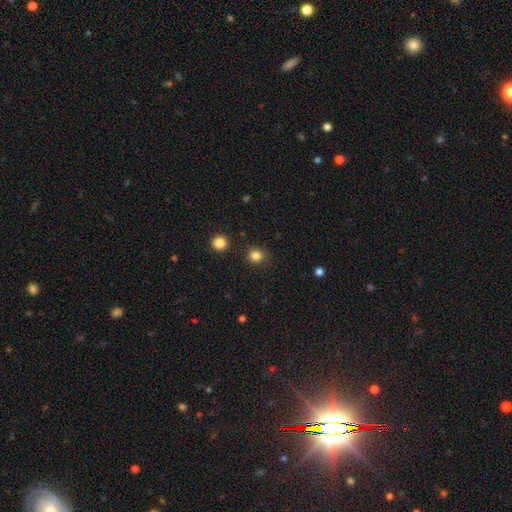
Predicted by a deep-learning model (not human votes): Smooth or featured?
  - smooth: 83% *
  - star or artifact: 13%
  - featured or disk: 4%
How rounded?
  - round: 89% *
  - in between: 10%
  - cigar-shaped: 1%
Merging?
  - none: 89% *
  - minor disturbance: 7%
  - major disturbance: 2%
  - merger: 2%